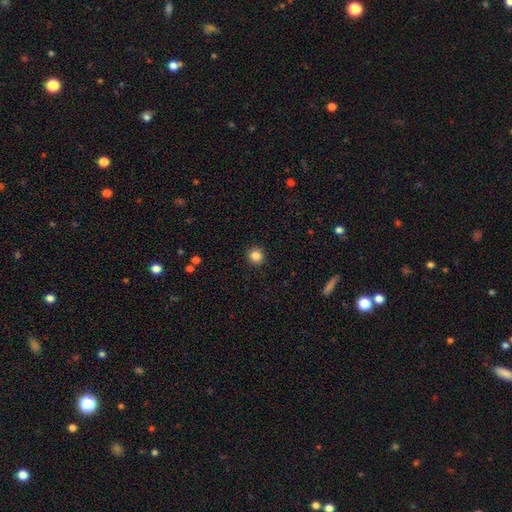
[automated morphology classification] Q: Smooth or featured?
A: smooth (85%); runner-up: star or artifact (11%)
Q: How rounded?
A: round (93%); runner-up: in between (6%)
Q: Merging?
A: none (92%); runner-up: minor disturbance (5%)